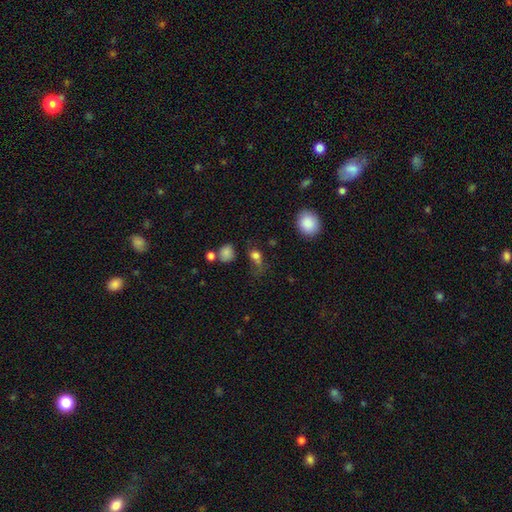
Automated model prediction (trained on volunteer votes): Smooth or featured?
  - smooth: 75% *
  - star or artifact: 15%
  - featured or disk: 10%
How rounded?
  - round: 58% *
  - in between: 39%
  - cigar-shaped: 4%
Merging?
  - none: 45% *
  - minor disturbance: 24%
  - major disturbance: 21%
  - merger: 10%